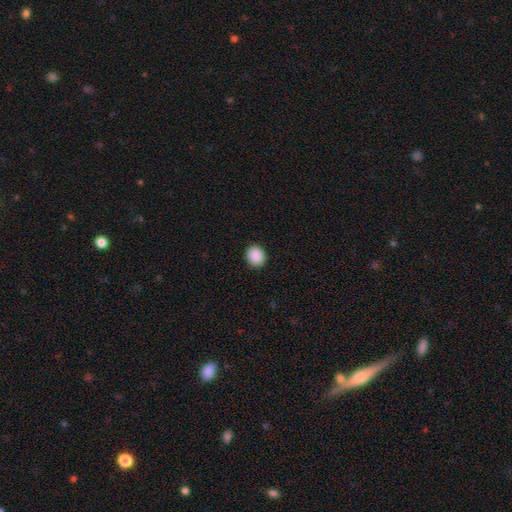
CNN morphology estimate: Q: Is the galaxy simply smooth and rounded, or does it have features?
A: smooth — 90%.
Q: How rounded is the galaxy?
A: round — 74%.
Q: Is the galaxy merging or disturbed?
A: none — 92%.